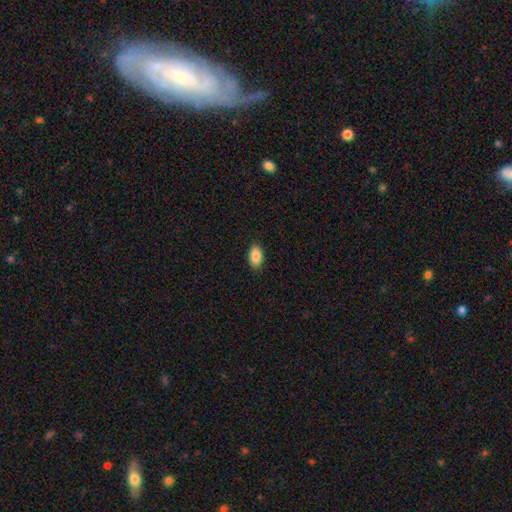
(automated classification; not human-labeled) Smooth or featured? Predicted: smooth (p=0.88). How rounded? Predicted: in between (p=0.93). Merging? Predicted: none (p=0.88).